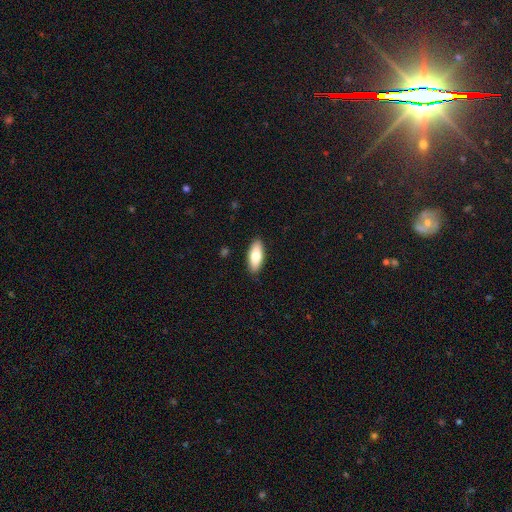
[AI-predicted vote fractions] The model was most divided on "how rounded": in between: 79%, cigar-shaped: 19%, round: 2%. More confident: merging — none (89%); smooth or featured — smooth (79%).